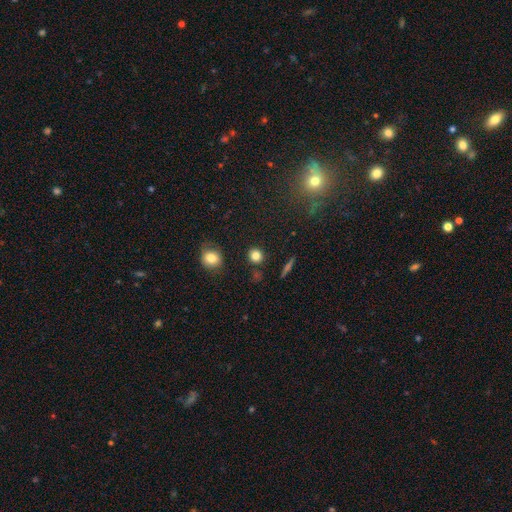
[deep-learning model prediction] Smooth or featured? smooth (82%)
How rounded? round (88%)
Merging? none (88%)